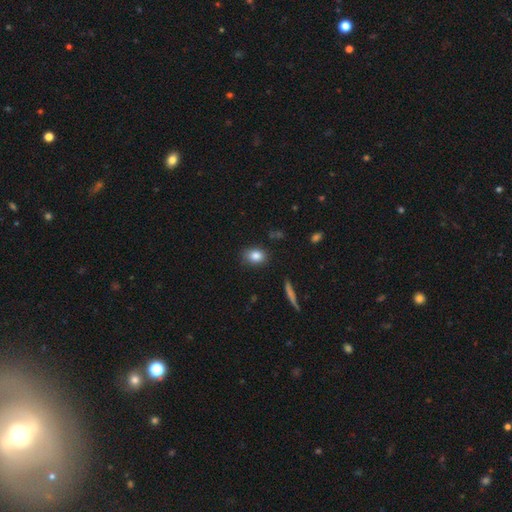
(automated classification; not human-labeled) smooth-or-featured: smooth: 84% | star or artifact: 9% | featured or disk: 7%
  how-rounded: in between: 60% | round: 38% | cigar-shaped: 2%
  merging: none: 84% | minor disturbance: 12% | major disturbance: 3% | merger: 2%